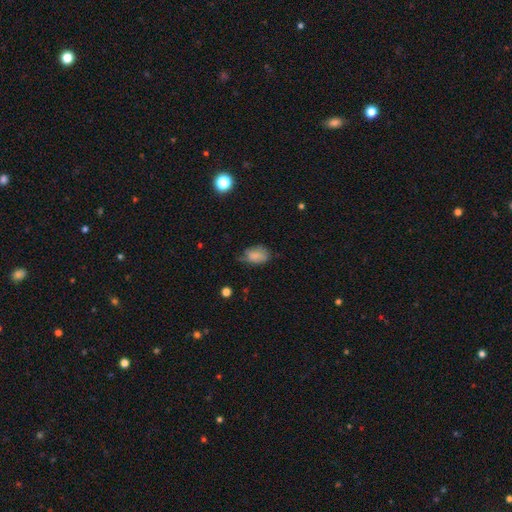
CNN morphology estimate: smooth-or-featured: smooth: 81% | featured or disk: 10% | star or artifact: 9%
  how-rounded: in between: 85% | round: 14% | cigar-shaped: 1%
  merging: none: 50% | minor disturbance: 38% | major disturbance: 10% | merger: 2%